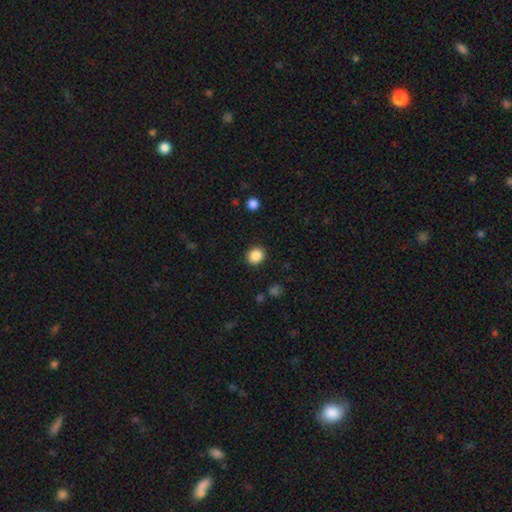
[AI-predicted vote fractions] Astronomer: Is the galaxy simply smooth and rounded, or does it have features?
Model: smooth — 87%.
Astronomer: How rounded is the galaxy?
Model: round — 72%.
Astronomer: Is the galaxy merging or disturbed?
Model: none — 90%.